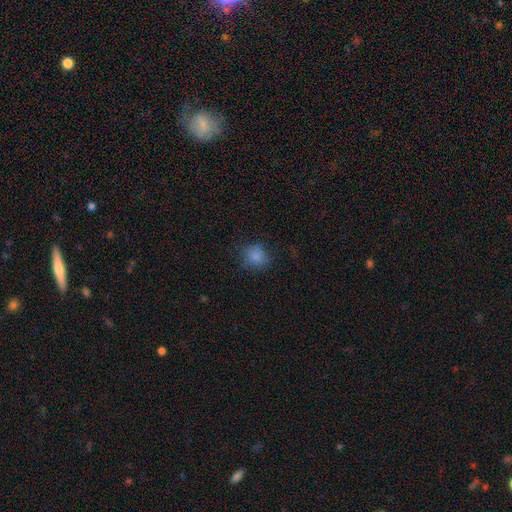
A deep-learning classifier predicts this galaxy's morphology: This is clearly a smooth galaxy (81%). How rounded: likely round (77%). Merging: likely none (72%).